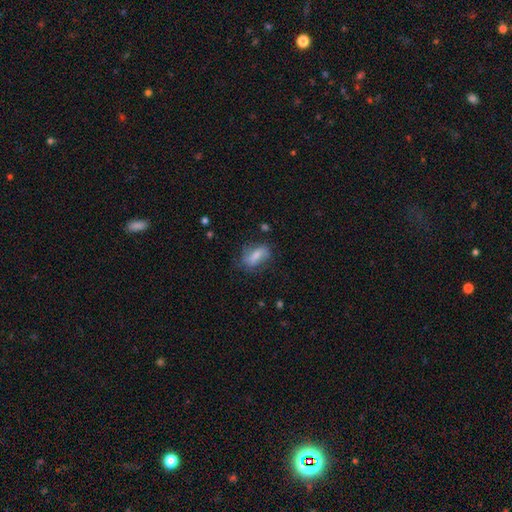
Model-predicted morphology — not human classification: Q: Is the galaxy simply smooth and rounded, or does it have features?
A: smooth — 66%.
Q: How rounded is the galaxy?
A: in between — 80%.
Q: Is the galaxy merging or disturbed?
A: none — 63%.